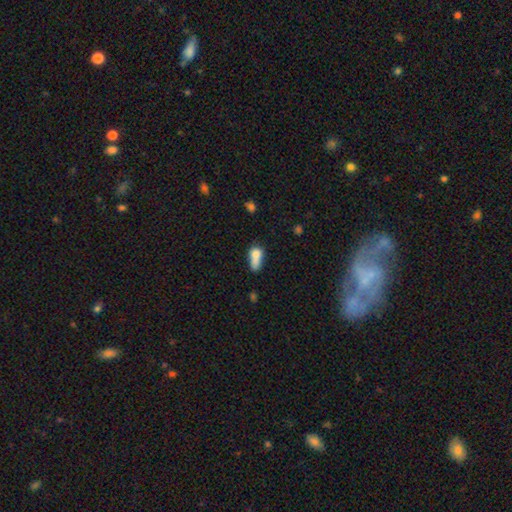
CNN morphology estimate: Smooth or featured? smooth (73%)
How rounded? in between (70%)
Merging? merger (38%)